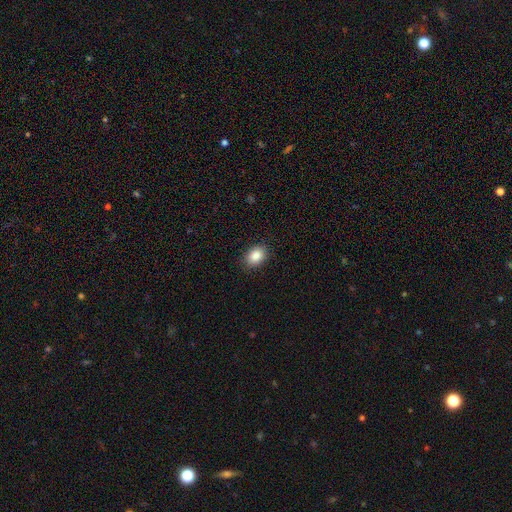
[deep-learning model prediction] A smooth galaxy with no disk features (88%) that is in between round and cigar-shaped (79%). Merging: none (88%).